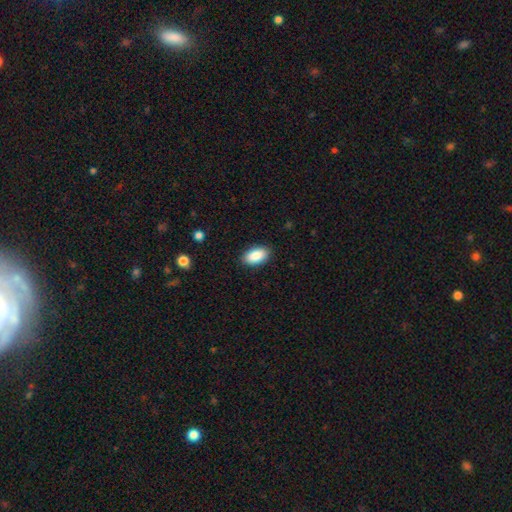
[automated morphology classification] A smooth galaxy with no disk features (89%) that is in between round and cigar-shaped (94%). Merging: none (89%).